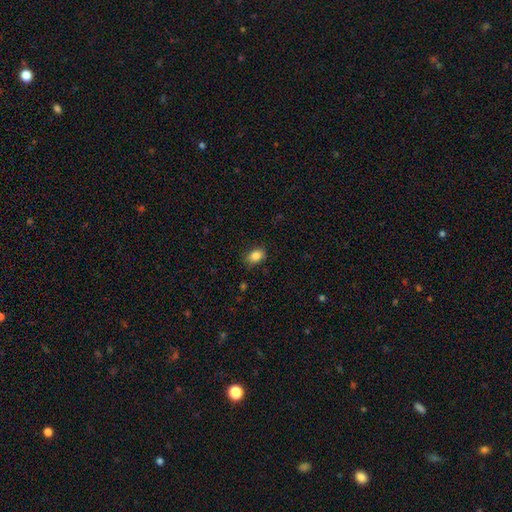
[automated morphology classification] Smooth or featured? Predicted: smooth (p=0.86). How rounded? Predicted: in between (p=0.74). Merging? Predicted: none (p=0.83).